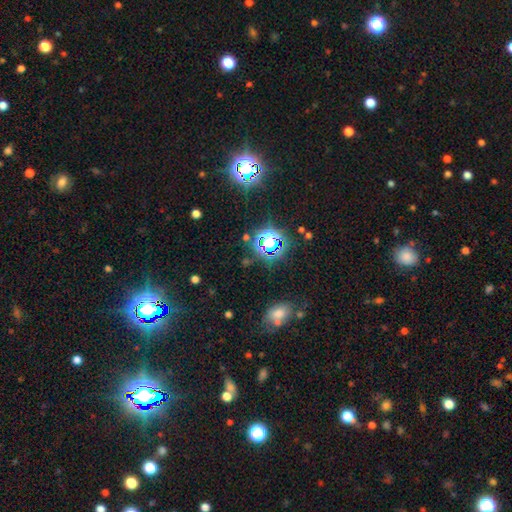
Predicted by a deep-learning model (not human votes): smooth-or-featured: star or artifact: 73% | smooth: 18% | featured or disk: 9%